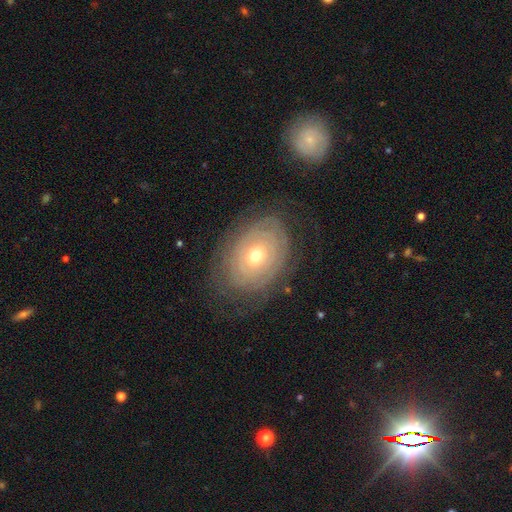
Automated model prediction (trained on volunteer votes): featured or disk 71%, smooth 22%, star or artifact 7%. Down the decision tree: edge-on disk — no (95%); bar — no (85%); spiral arms — yes (73%); bulge size — moderate (51%); merging — none (76%).